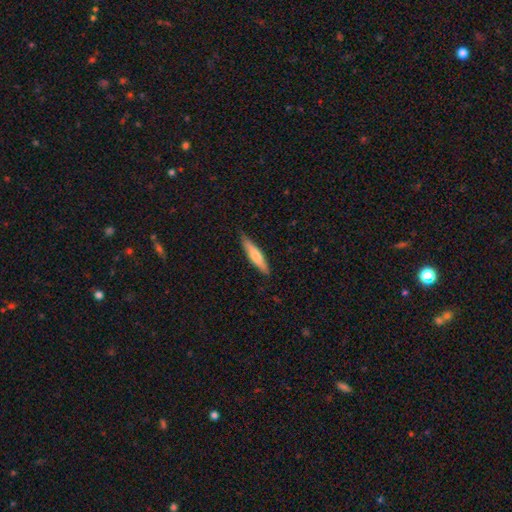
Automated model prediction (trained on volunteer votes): smooth_or_featured: smooth (p=0.59) [alt: featured or disk p=0.36]
how_rounded: cigar-shaped (p=0.86) [alt: in between p=0.12]
merging: none (p=0.86) [alt: minor disturbance p=0.11]